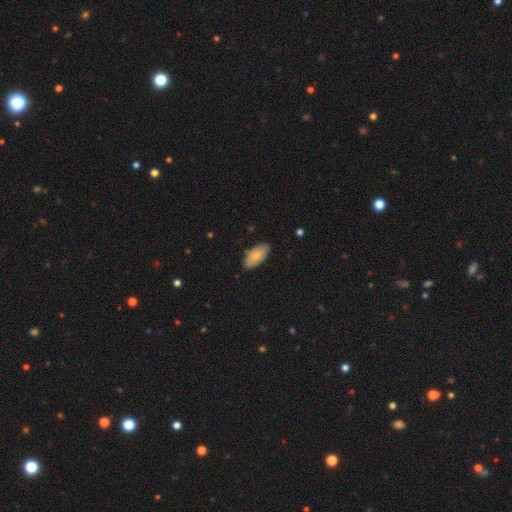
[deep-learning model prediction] smooth-or-featured: smooth: 80% | featured or disk: 15% | star or artifact: 6%
  how-rounded: in between: 91% | cigar-shaped: 7% | round: 2%
  merging: none: 84% | minor disturbance: 13% | major disturbance: 2% | merger: 1%